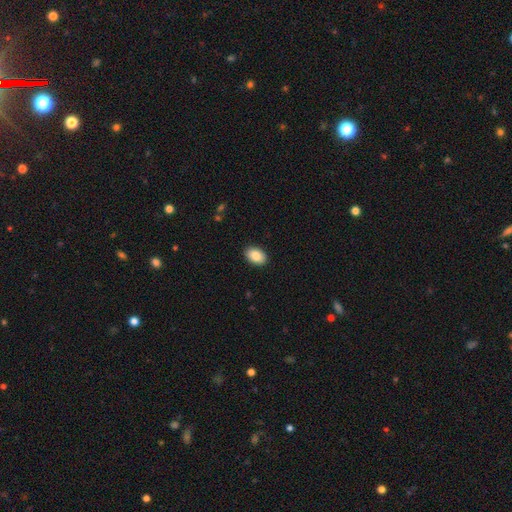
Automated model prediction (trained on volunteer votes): smooth-or-featured: smooth: 87% | star or artifact: 7% | featured or disk: 6%
  how-rounded: in between: 89% | round: 10% | cigar-shaped: 1%
  merging: none: 90% | minor disturbance: 7% | major disturbance: 2% | merger: 1%